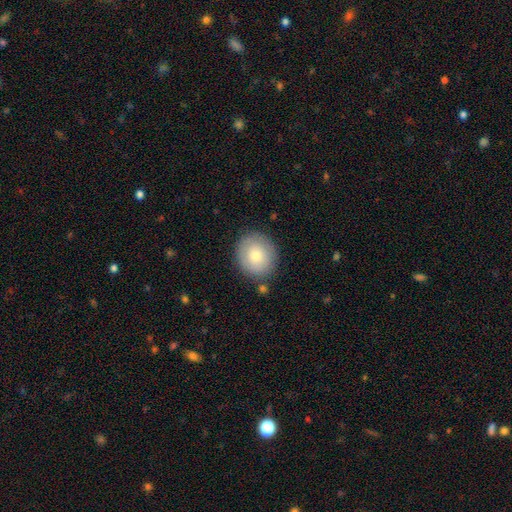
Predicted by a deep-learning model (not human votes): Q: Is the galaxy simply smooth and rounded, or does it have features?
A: smooth — 74%.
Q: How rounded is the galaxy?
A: round — 83%.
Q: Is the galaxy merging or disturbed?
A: none — 85%.